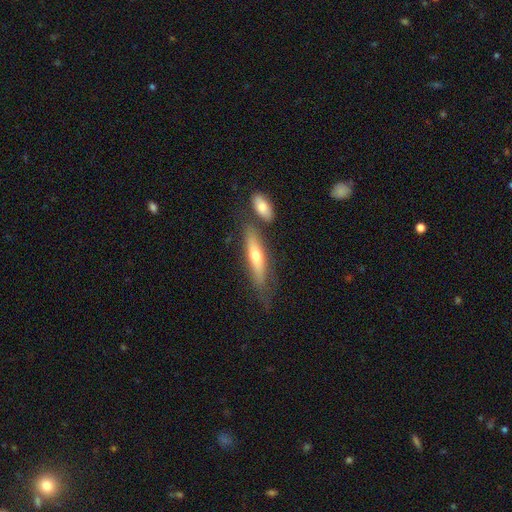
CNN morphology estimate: This appears to be a smooth galaxy with no disk features (49%). Merging: none (61%).